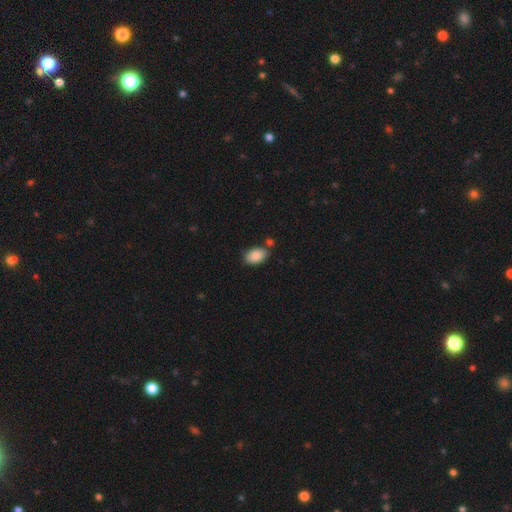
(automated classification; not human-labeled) smooth 88%, star or artifact 7%, featured or disk 6%. Down the decision tree: how rounded — in between (91%); merging — none (73%).